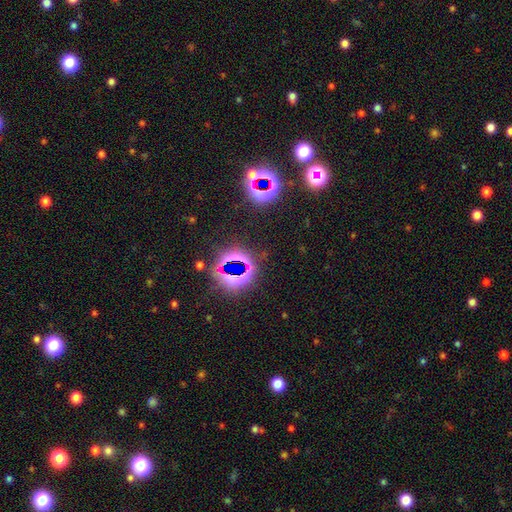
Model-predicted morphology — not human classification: This is clearly a star or artifact rather than a galaxy (81%).